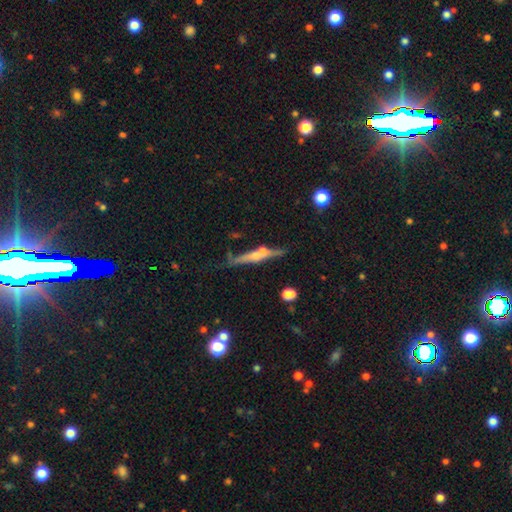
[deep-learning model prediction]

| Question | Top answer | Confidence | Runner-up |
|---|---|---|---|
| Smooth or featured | featured or disk | 61% | smooth (31%) |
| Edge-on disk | yes | 92% | no (8%) |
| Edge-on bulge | rounded | 76% | none (17%) |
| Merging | none | 64% | minor disturbance (17%) |